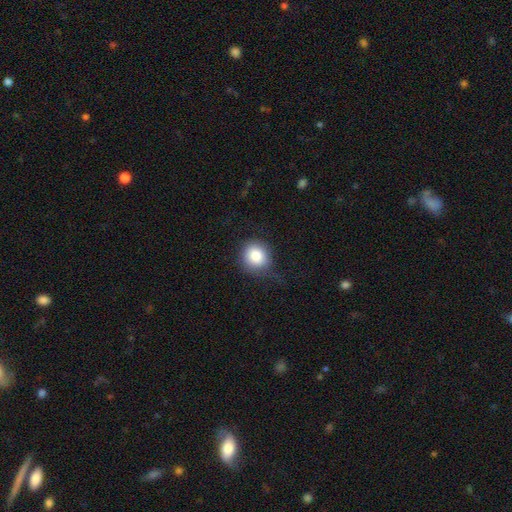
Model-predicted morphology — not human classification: A smooth galaxy with no disk features (83%) that is round (84%). Merging: none (68%).